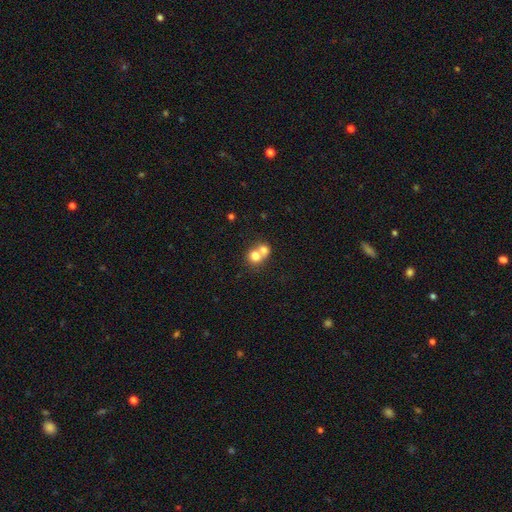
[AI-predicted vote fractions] Overall: smooth (73%). How rounded: round (75%). Merging: merger (64%; none 28%).